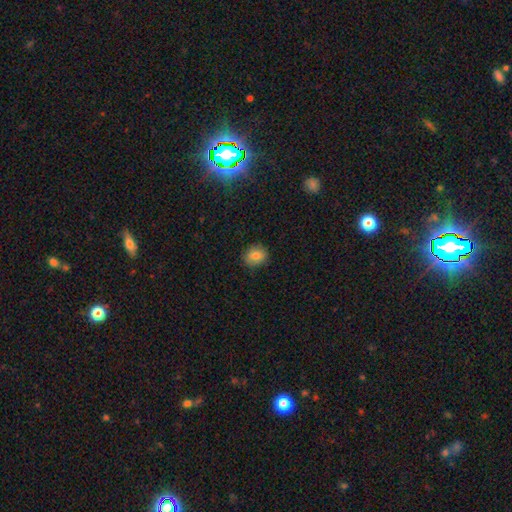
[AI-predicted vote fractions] Smooth or featured? Predicted: smooth (p=0.80). How rounded? Predicted: round (p=0.60). Merging? Predicted: none (p=0.87).